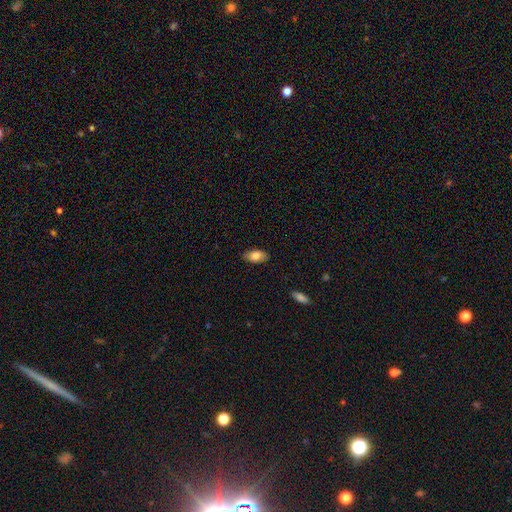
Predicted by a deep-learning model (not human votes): This is clearly a smooth galaxy (82%). How rounded: clearly in between (92%). Merging: clearly none (85%).